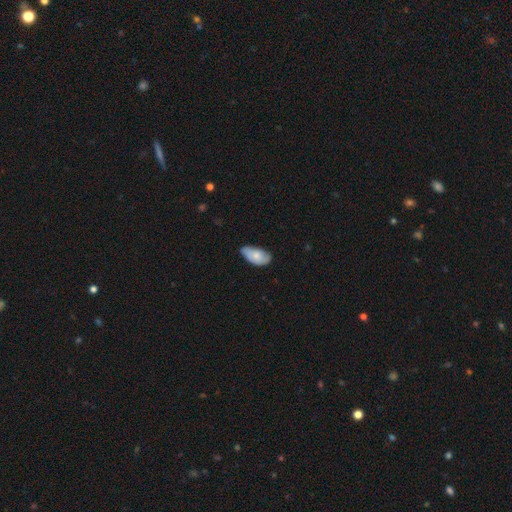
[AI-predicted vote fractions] Smooth or featured? Predicted: smooth (p=0.72). How rounded? Predicted: in between (p=0.94). Merging? Predicted: none (p=0.58).